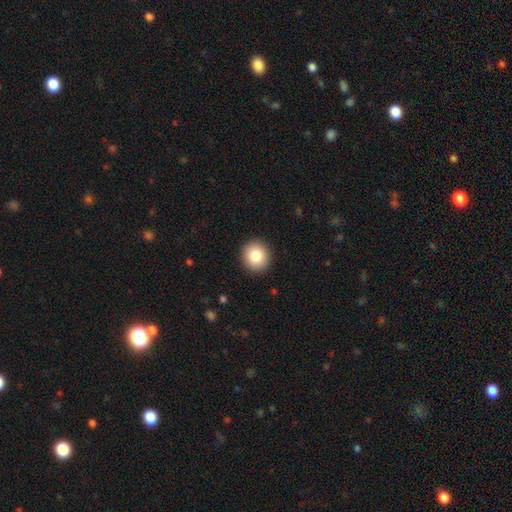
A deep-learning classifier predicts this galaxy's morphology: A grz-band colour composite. It shows a smooth galaxy with no disk features (83%) that is round (88%). Merging: none (92%).